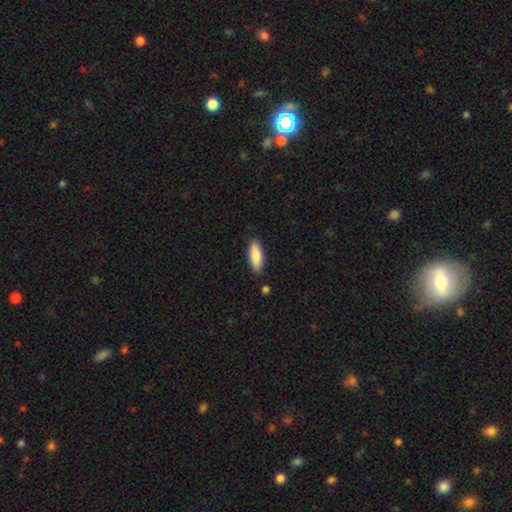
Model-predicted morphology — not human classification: type=smooth (86%); roundness=in between (61%); merging=none (86%).